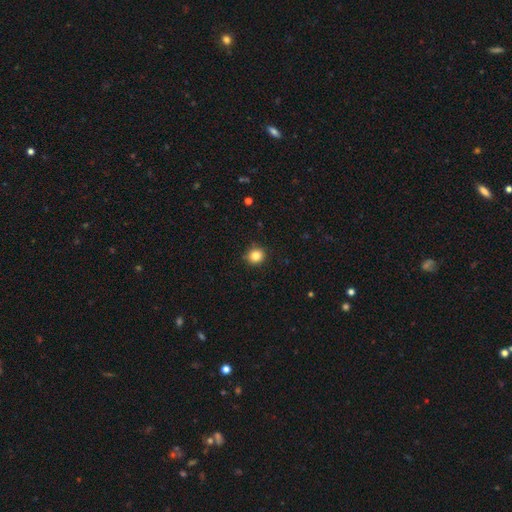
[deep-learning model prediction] smooth-or-featured: smooth: 83% | star or artifact: 11% | featured or disk: 6%
  how-rounded: round: 89% | in between: 10% | cigar-shaped: 1%
  merging: none: 89% | minor disturbance: 8% | major disturbance: 2% | merger: 1%